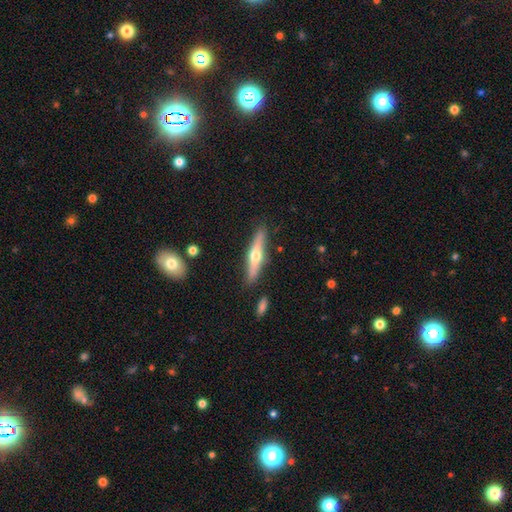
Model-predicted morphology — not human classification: A featured or disk galaxy (56%) viewed edge-on (94%) with a rounded central bulge (92%).

Vote fractions:
- Smooth or featured? featured or disk: 56% / smooth: 38% / star or artifact: 6%
- Edge-on disk? yes: 94% / no: 6%
- Edge-on bulge? rounded: 92% / none: 5% / boxy: 3%
- Merging? none: 85% / minor disturbance: 10% / merger: 3% / major disturbance: 2%